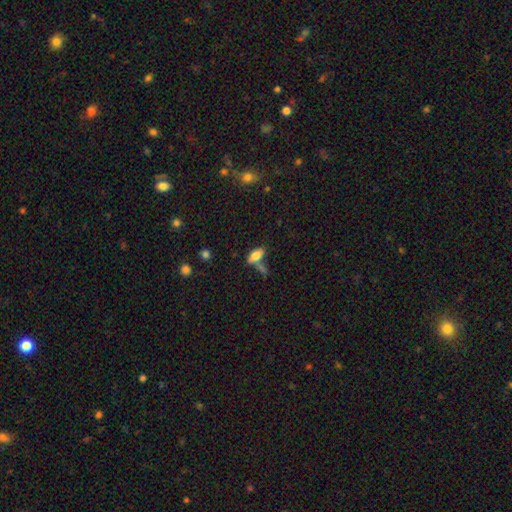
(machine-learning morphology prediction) Smooth or featured?
  - smooth: 77% *
  - featured or disk: 14%
  - star or artifact: 9%
How rounded?
  - in between: 84% *
  - cigar-shaped: 12%
  - round: 3%
Merging?
  - none: 50% *
  - merger: 27%
  - minor disturbance: 16%
  - major disturbance: 7%